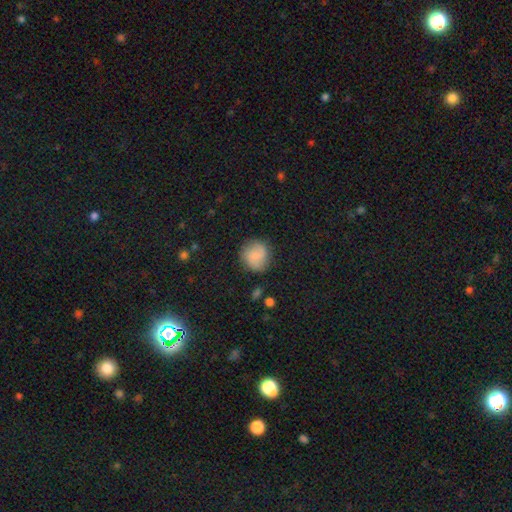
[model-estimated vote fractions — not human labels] Overall: smooth (70%). How rounded: round (87%). Merging: none (79%).